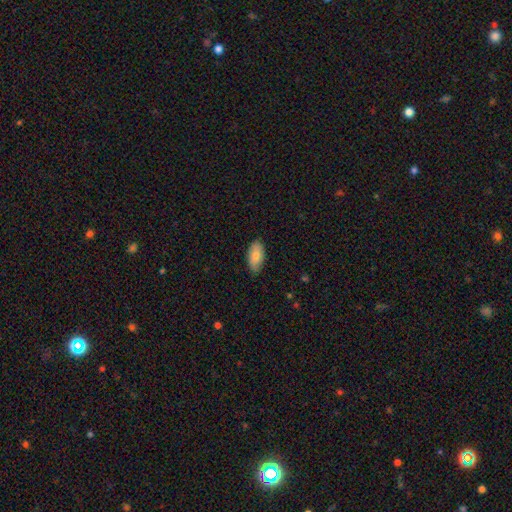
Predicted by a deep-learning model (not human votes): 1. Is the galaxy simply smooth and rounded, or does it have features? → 80% smooth, 14% featured or disk, 6% star or artifact.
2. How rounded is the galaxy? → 93% in between, 5% cigar-shaped, 2% round.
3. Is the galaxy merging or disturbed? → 83% none, 14% minor disturbance, 2% major disturbance, 1% merger.